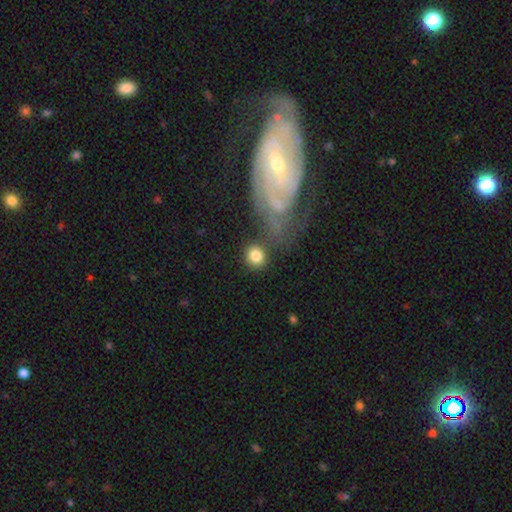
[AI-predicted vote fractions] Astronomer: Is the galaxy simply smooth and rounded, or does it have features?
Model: smooth — 83%.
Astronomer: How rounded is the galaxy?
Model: round — 84%.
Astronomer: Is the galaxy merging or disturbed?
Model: none — 77%.